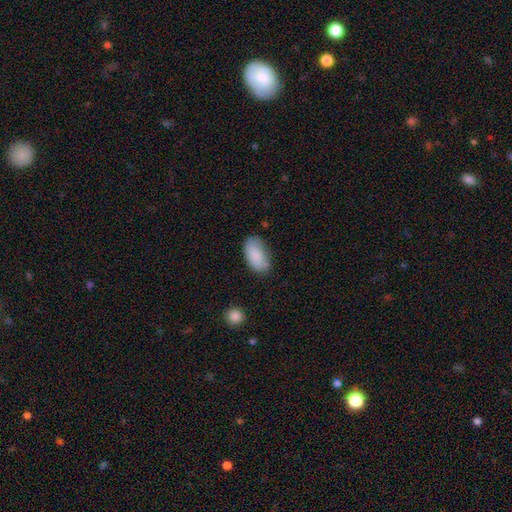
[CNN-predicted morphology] A smooth galaxy with no disk features (85%) that is in between round and cigar-shaped (94%). Merging: none (70%).